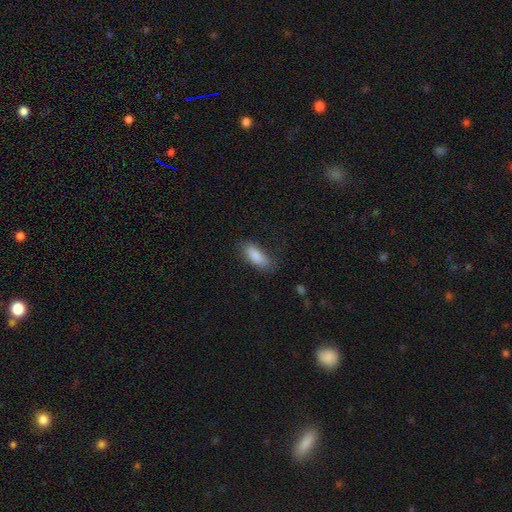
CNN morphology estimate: Q: Smooth or featured?
A: smooth (85%); runner-up: featured or disk (9%)
Q: How rounded?
A: in between (73%); runner-up: cigar-shaped (25%)
Q: Merging?
A: none (75%); runner-up: minor disturbance (18%)